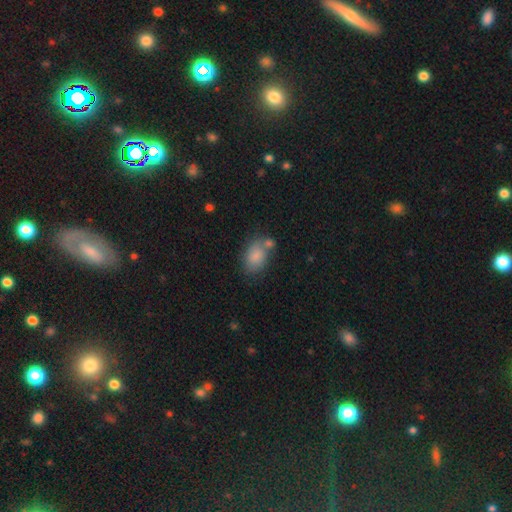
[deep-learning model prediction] Morphology: type=smooth (83%); roundness=in between (86%); merging=none (50%).